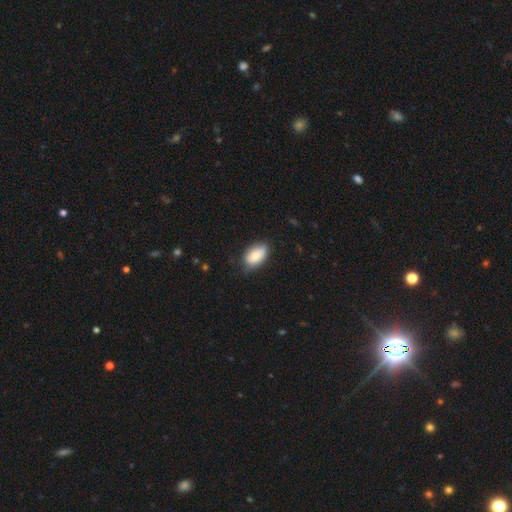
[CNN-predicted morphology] type=smooth (82%); roundness=in between (93%); merging=none (74%).